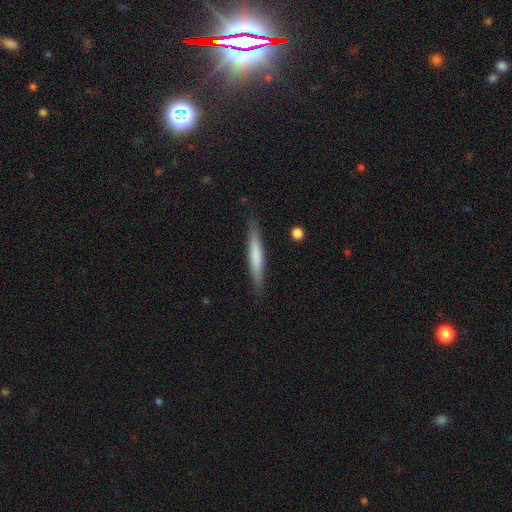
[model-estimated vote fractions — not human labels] Smooth or featured? smooth (64%)
How rounded? cigar-shaped (94%)
Merging? none (88%)